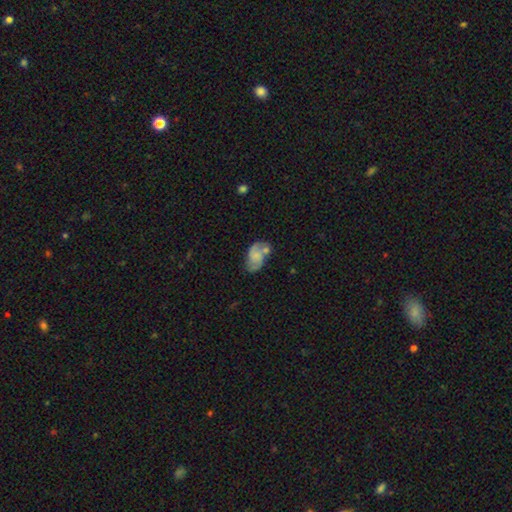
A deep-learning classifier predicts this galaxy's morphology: The model was most divided on "bulge size": none: 45%, small: 31%, moderate: 17%, large: 6%, dominant: 2%. Remaining: edge-on disk — no (97%); spiral arms — yes (84%); bar — no (66%); smooth or featured — featured or disk (54%); merging — none (45%).